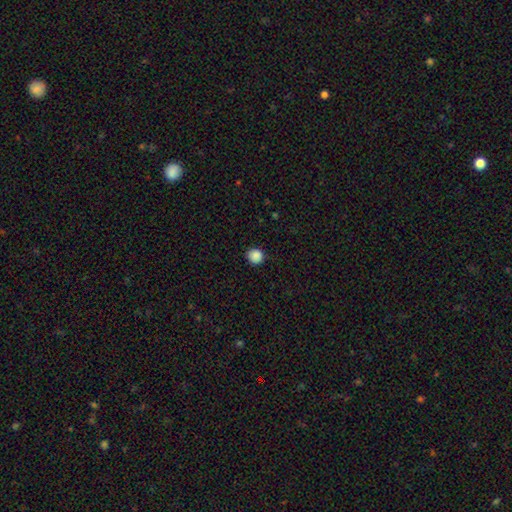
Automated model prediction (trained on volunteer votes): A smooth galaxy with no disk features (88%) that is round (89%).

Vote fractions:
- Smooth or featured? smooth: 88% / star or artifact: 10% / featured or disk: 3%
- How rounded? round: 89% / in between: 10% / cigar-shaped: 1%
- Merging? none: 88% / minor disturbance: 9% / major disturbance: 2% / merger: 1%